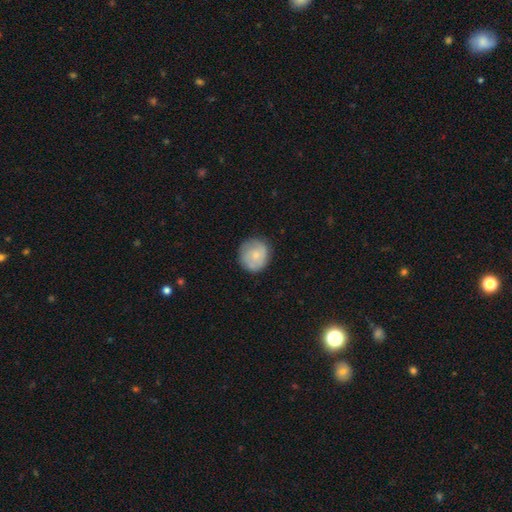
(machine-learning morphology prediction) Smooth or featured: smooth — 64% (featured or disk — 30%)
How rounded: round — 88% (in between — 11%)
Merging: none — 79% (minor disturbance — 16%)